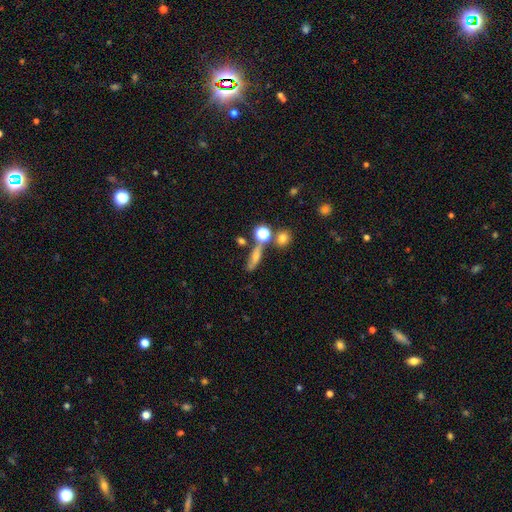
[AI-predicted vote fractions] Smooth or featured?
  - smooth: 55% *
  - featured or disk: 29%
  - star or artifact: 17%
How rounded?
  - cigar-shaped: 51% *
  - in between: 30%
  - round: 20%
Merging?
  - none: 57% *
  - merger: 18%
  - minor disturbance: 16%
  - major disturbance: 8%